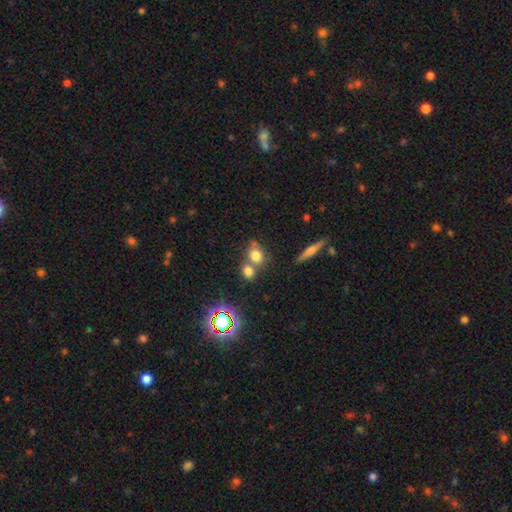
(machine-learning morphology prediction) type=smooth (73%); roundness=round (52%); merging=none (47%).